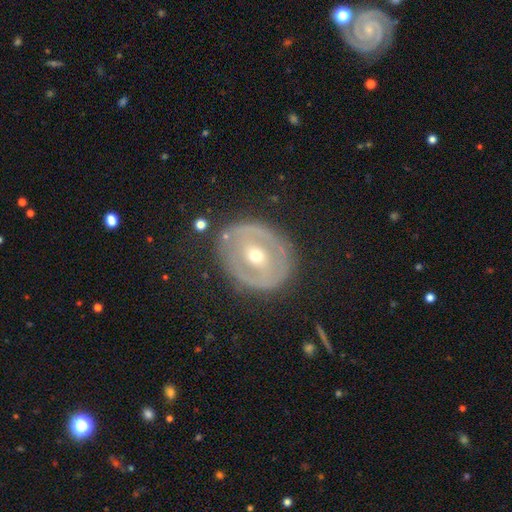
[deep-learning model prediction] smooth_or_featured: featured or disk (p=0.68) [alt: smooth p=0.25]
disk_edge_on: no (p=0.94) [alt: yes p=0.06]
bar: no (p=0.42) [alt: weak p=0.33]
has_spiral_arms: no (p=0.73) [alt: yes p=0.27]
bulge_size: moderate (p=0.53) [alt: small p=0.44]
merging: none (p=0.76) [alt: minor disturbance p=0.15]